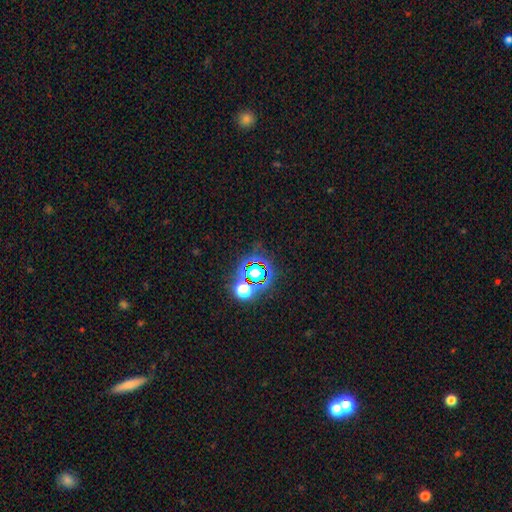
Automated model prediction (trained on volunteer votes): The model was most divided on "smooth or featured": star or artifact: 77%, smooth: 14%, featured or disk: 9%.